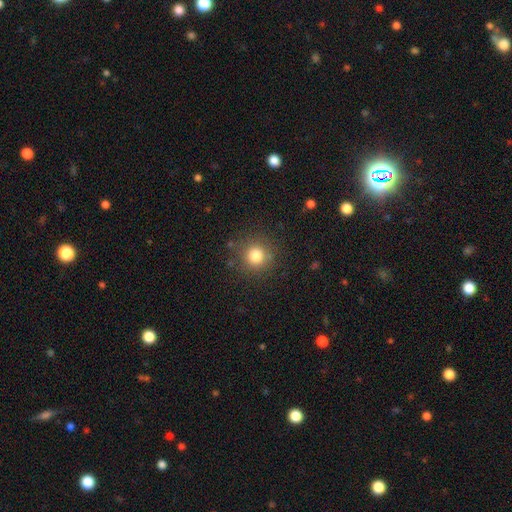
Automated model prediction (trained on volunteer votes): A smooth galaxy with no disk features (80%) that is round (93%). Merging: none (86%).